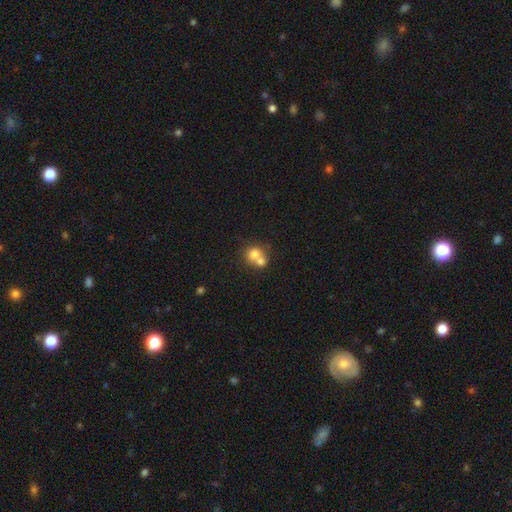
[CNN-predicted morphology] Smooth or featured?
  - smooth: 72% *
  - featured or disk: 17%
  - star or artifact: 10%
How rounded?
  - round: 79% *
  - in between: 20%
  - cigar-shaped: 1%
Merging?
  - merger: 62% *
  - none: 30%
  - minor disturbance: 5%
  - major disturbance: 3%